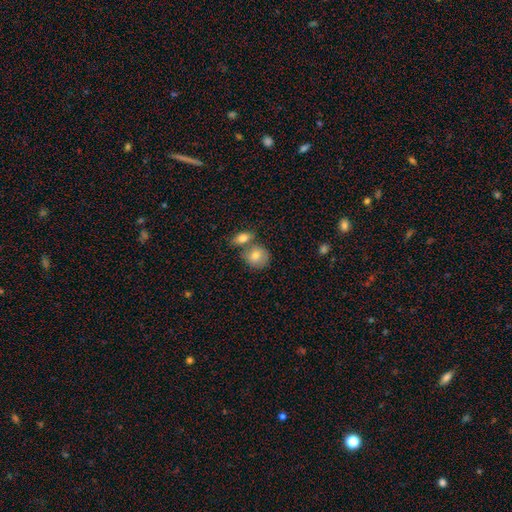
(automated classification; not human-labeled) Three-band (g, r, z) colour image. It shows a smooth galaxy with no disk features (78%) that is round (68%). Merging: none (43%, tied with merger).